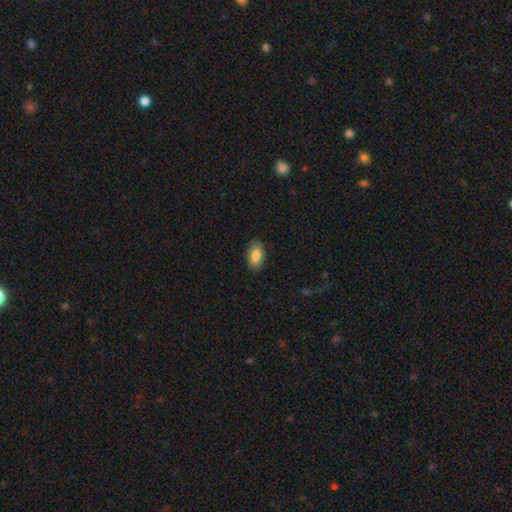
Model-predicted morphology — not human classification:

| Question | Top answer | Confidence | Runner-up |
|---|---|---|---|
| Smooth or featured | smooth | 84% | featured or disk (10%) |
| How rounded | in between | 93% | round (5%) |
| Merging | none | 87% | minor disturbance (10%) |